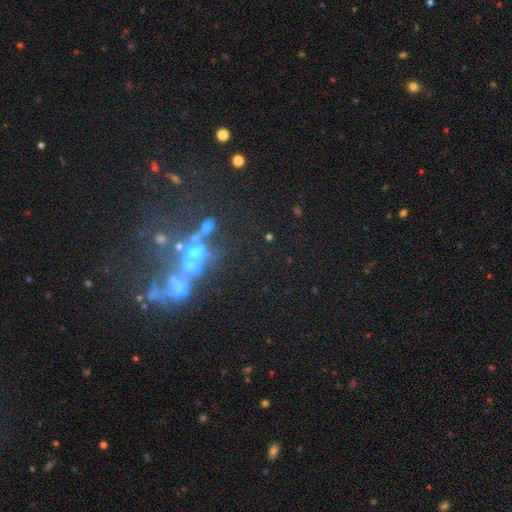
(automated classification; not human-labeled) Morphology: type=star or artifact (47%).